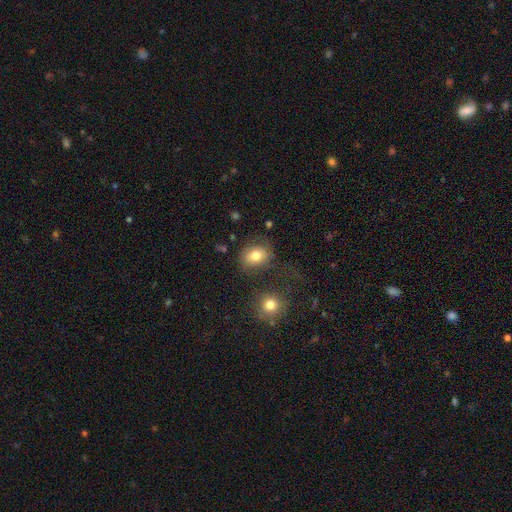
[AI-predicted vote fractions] This appears to be a smooth galaxy with no disk features (77%) that is in between round and cigar-shaped (51%). Merging: none (66%).